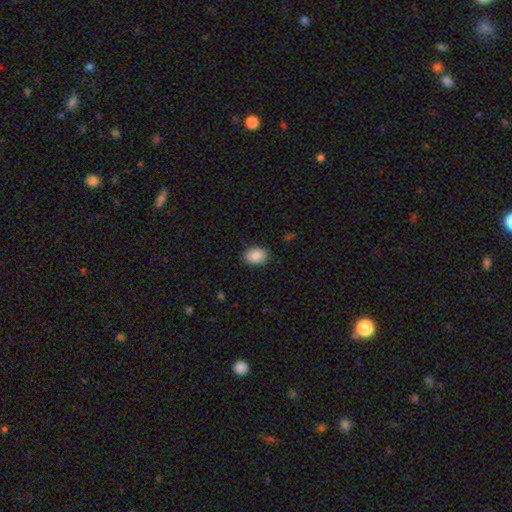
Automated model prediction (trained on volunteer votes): This is clearly a smooth galaxy (89%). How rounded: likely in between (73%). Merging: clearly none (86%).